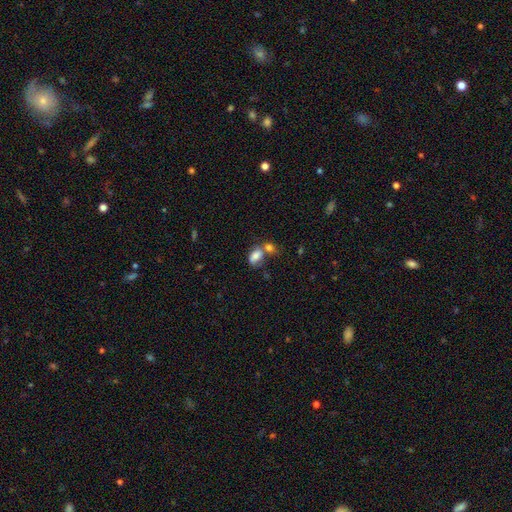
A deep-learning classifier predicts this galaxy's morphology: This appears to be a smooth galaxy with no disk features (79%) that is in between round and cigar-shaped (88%). Merging: merger (49%).